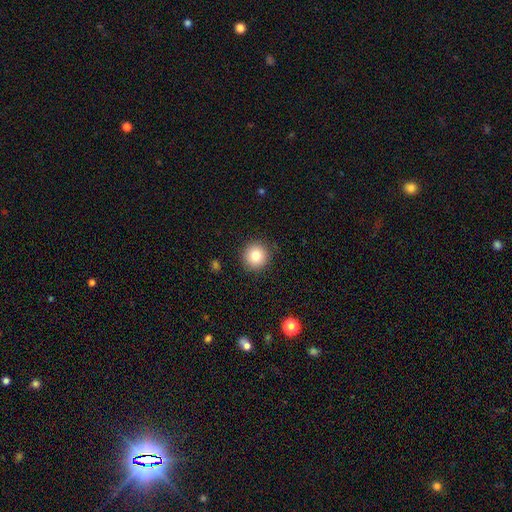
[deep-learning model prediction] smooth-or-featured: smooth: 82% | star or artifact: 10% | featured or disk: 8%
  how-rounded: round: 94% | in between: 5% | cigar-shaped: 1%
  merging: none: 90% | minor disturbance: 7% | major disturbance: 2% | merger: 1%